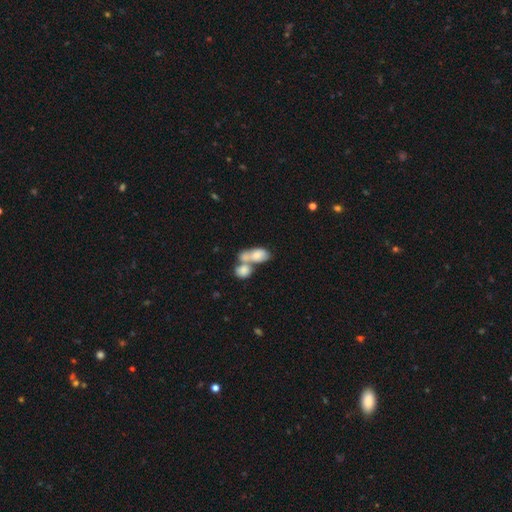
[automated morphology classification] type=smooth (70%); roundness=in between (82%); merging=merger (70%).